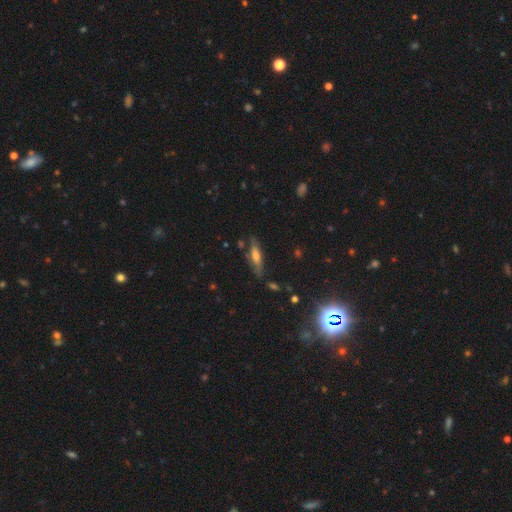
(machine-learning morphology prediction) smooth_or_featured: smooth (p=0.47) [alt: featured or disk p=0.44]
merging: none (p=0.75) [alt: minor disturbance p=0.18]